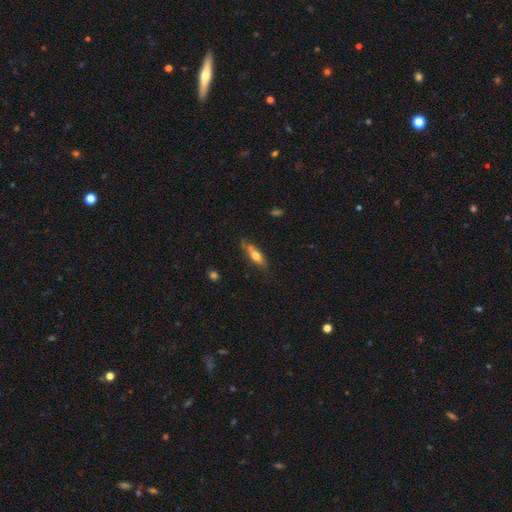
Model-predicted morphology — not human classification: Smooth or featured? smooth (56%)
How rounded? cigar-shaped (51%)
Merging? none (63%)